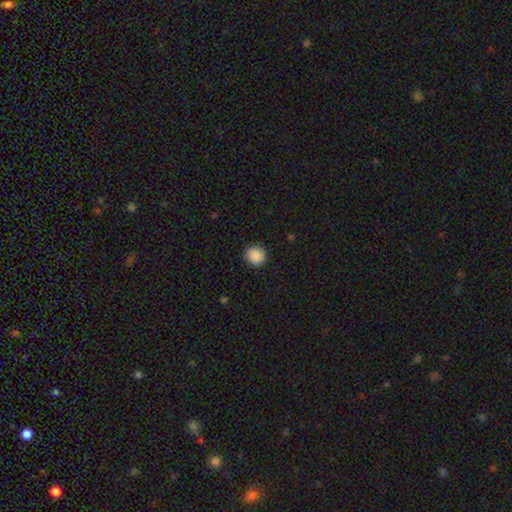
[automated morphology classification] Smooth or featured? Predicted: smooth (p=0.89). How rounded? Predicted: round (p=0.89). Merging? Predicted: none (p=0.91).